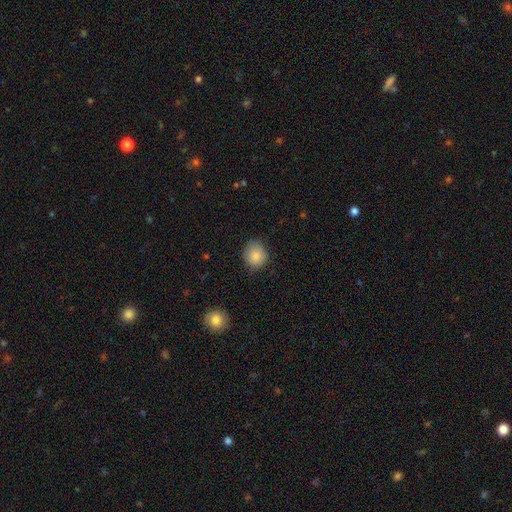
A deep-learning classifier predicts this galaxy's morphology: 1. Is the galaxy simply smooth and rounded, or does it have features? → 85% smooth, 9% star or artifact, 6% featured or disk.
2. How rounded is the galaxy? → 77% round, 22% in between, 1% cigar-shaped.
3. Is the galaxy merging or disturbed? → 75% none, 21% minor disturbance, 4% major disturbance, 1% merger.